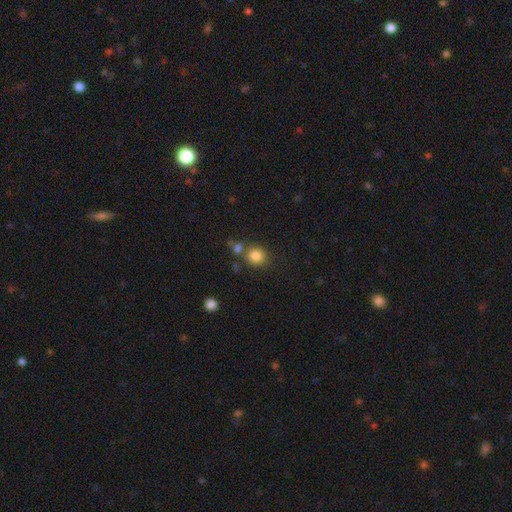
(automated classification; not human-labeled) This is clearly a smooth galaxy (83%). How rounded: clearly round (83%). Merging: likely none (68%).